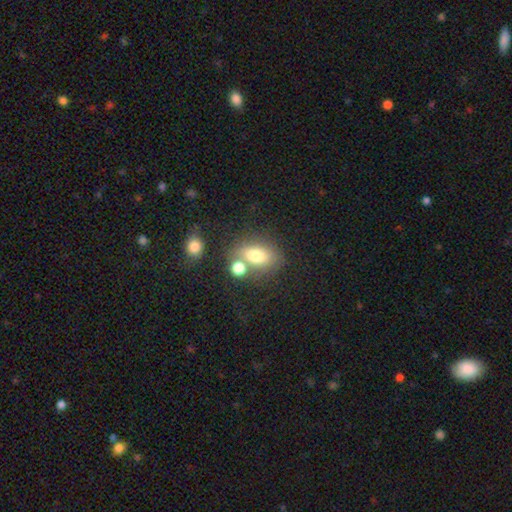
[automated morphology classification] Overall: smooth (74%). How rounded: in between (73%). Merging: none (53%; merger 26%).